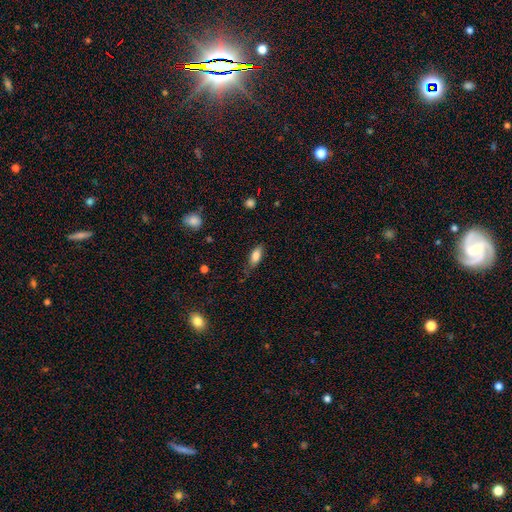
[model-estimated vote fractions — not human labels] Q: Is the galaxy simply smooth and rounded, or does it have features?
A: smooth — 82%.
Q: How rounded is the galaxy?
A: in between — 81%.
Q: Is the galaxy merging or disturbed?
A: none — 68%.